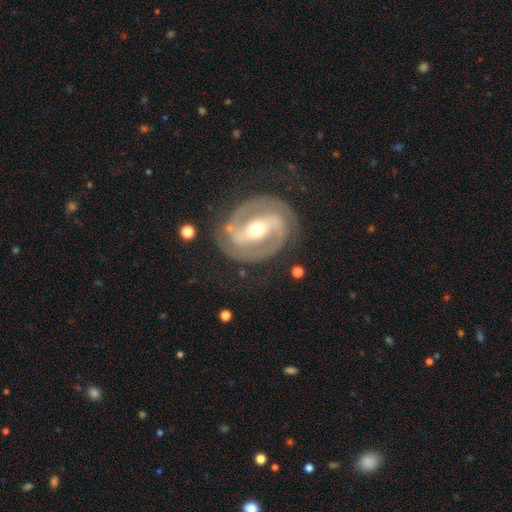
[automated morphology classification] Smooth or featured?
  - featured or disk: 91% *
  - smooth: 5%
  - star or artifact: 4%
Edge-on disk?
  - no: 97% *
  - yes: 3%
Bar?
  - strong: 62% *
  - weak: 25%
  - no: 12%
Spiral arms?
  - yes: 95% *
  - no: 5%
Spiral winding?
  - tight: 51% *
  - medium: 41%
  - loose: 8%
Spiral arm count?
  - 2: 90% *
  - can't tell: 4%
  - 3: 3%
  - 1: 1%
  - 4: 1%
  - more than 4: 1%
Bulge size?
  - moderate: 61% *
  - small: 34%
  - large: 4%
  - dominant: 1%
  - none: 1%
Merging?
  - none: 81% *
  - minor disturbance: 12%
  - major disturbance: 5%
  - merger: 2%